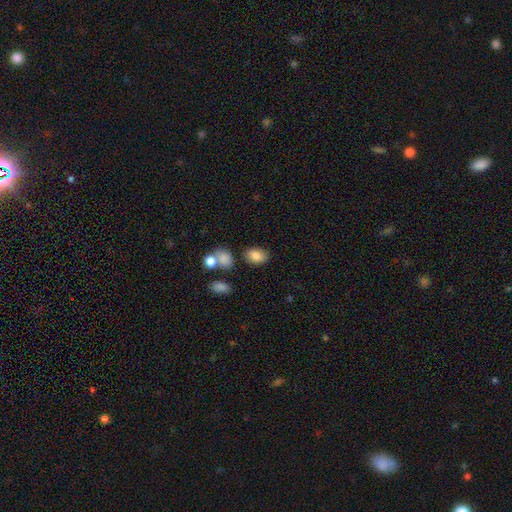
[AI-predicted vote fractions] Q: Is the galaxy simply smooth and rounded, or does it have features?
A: smooth — 84%.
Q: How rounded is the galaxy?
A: in between — 82%.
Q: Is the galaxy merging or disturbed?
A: none — 74%.